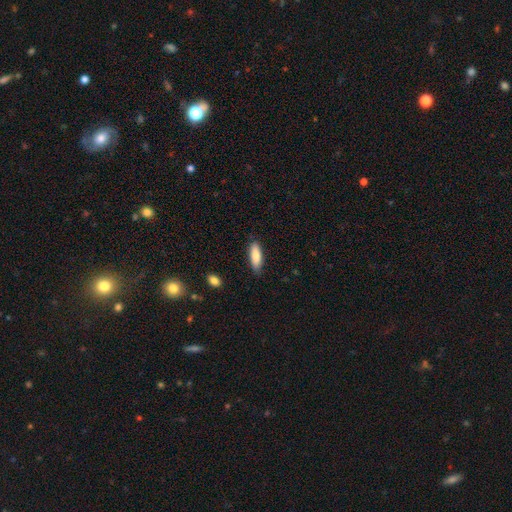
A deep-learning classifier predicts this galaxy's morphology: Smooth or featured? smooth (84%)
How rounded? in between (55%)
Merging? none (85%)